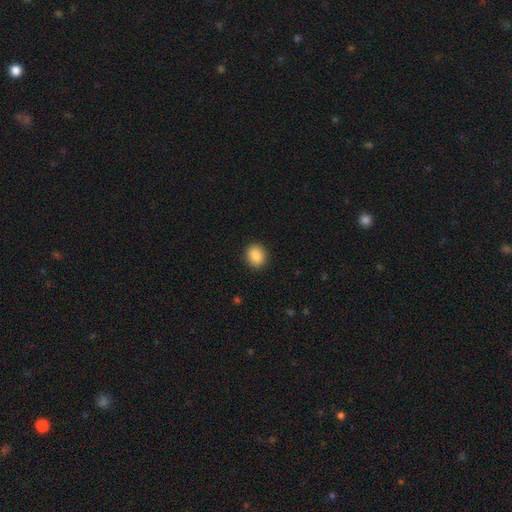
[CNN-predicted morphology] Smooth or featured: smooth — 88% (star or artifact — 8%)
How rounded: round — 68% (in between — 31%)
Merging: none — 91% (minor disturbance — 6%)